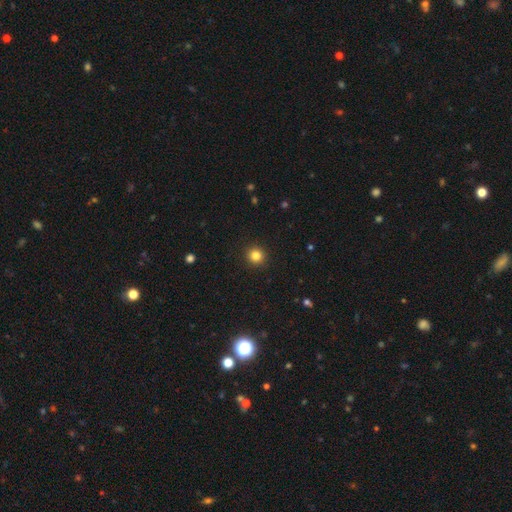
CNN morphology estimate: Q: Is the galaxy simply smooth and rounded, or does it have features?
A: smooth — 83%.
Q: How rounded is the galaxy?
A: round — 93%.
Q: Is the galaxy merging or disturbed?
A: none — 93%.